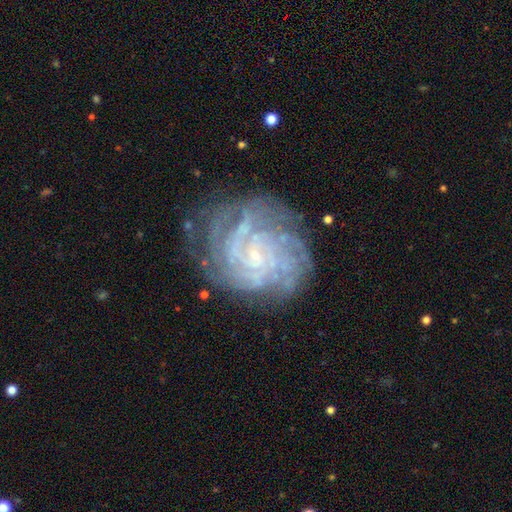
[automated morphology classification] Smooth or featured: featured or disk — 85% (smooth — 8%)
Edge-on disk: no — 98% (yes — 2%)
Bar: no — 68% (weak — 25%)
Spiral arms: yes — 95% (no — 5%)
Spiral winding: tight — 74% (medium — 21%)
Spiral arm count: can't tell — 31% (4 — 21%)
Bulge size: small — 86% (none — 6%)
Merging: none — 68% (minor disturbance — 19%)